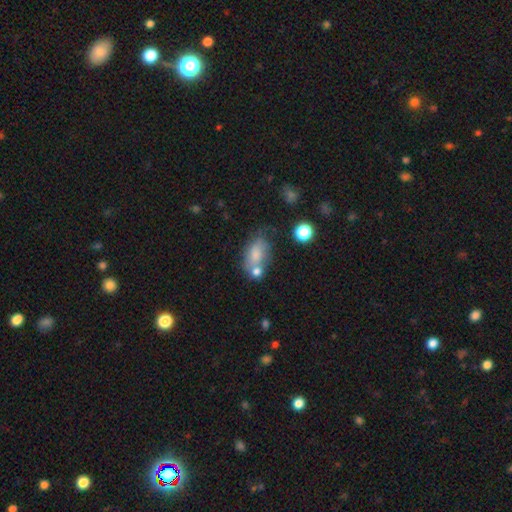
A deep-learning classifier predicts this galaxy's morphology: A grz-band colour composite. It shows a smooth galaxy with no disk features (73%) that is in between round and cigar-shaped (86%). Merging: none (42%).